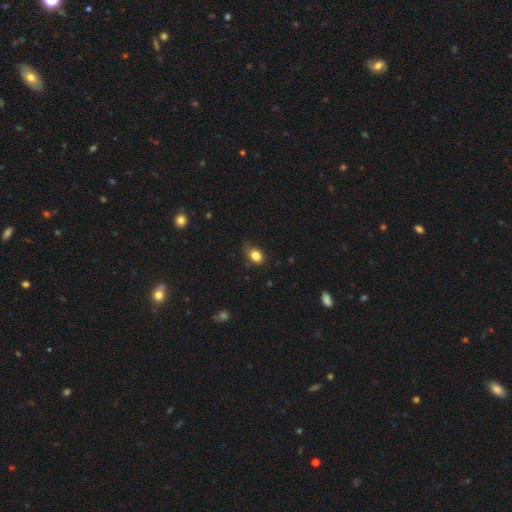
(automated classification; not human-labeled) smooth-or-featured: smooth: 83% | star or artifact: 10% | featured or disk: 6%
  how-rounded: in between: 59% | round: 40% | cigar-shaped: 1%
  merging: none: 63% | minor disturbance: 29% | major disturbance: 7% | merger: 2%